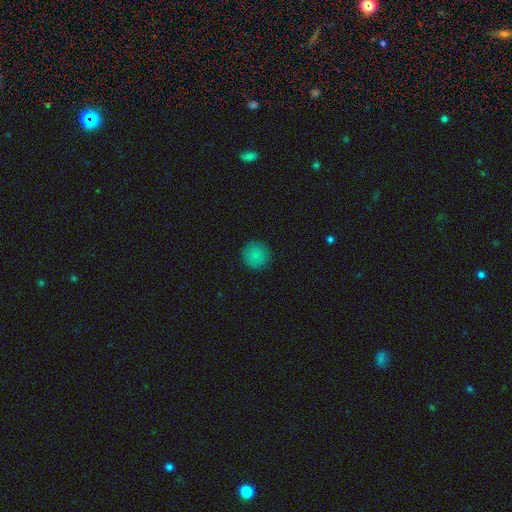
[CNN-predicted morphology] type=smooth (84%); roundness=round (94%); merging=none (89%).